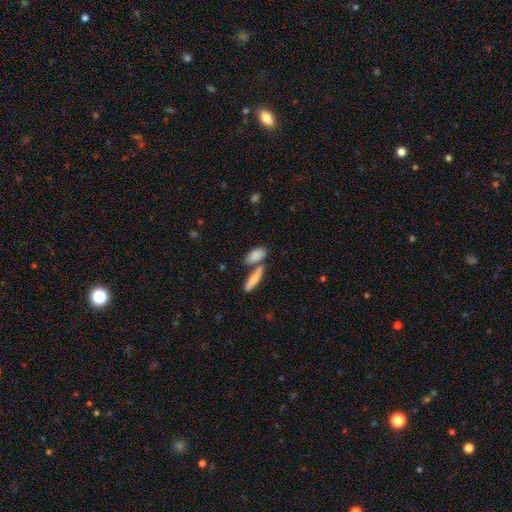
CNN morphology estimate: This is clearly a smooth galaxy (82%). How rounded: likely in between (74%). Merging: possibly none (49%).